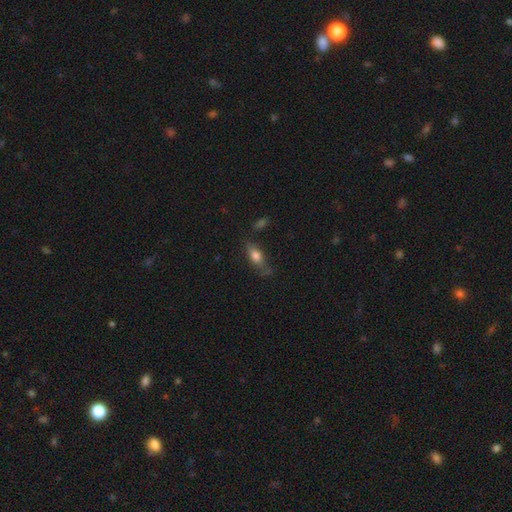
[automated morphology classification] A smooth galaxy with no disk features (71%) that is in between round and cigar-shaped (75%).

Vote fractions:
- Smooth or featured? smooth: 71% / featured or disk: 20% / star or artifact: 8%
- How rounded? in between: 75% / cigar-shaped: 20% / round: 5%
- Merging? none: 61% / minor disturbance: 25% / major disturbance: 9% / merger: 4%